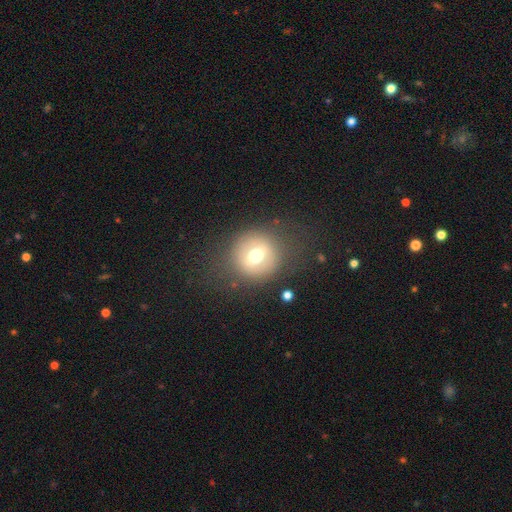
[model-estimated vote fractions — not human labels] Smooth or featured? smooth (50%)
Merging? none (76%)